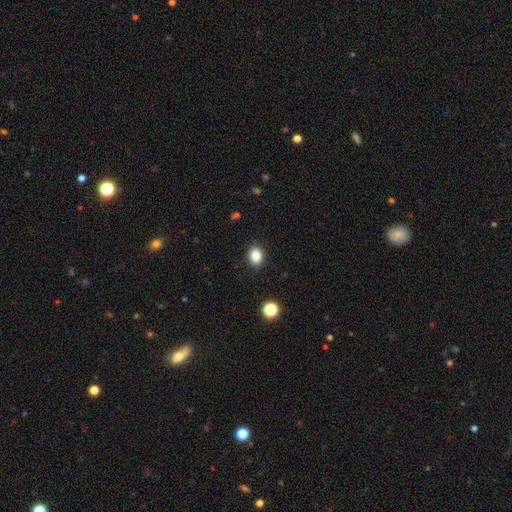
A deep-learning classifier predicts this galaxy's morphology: This appears to be a smooth galaxy with no disk features (85%) that is in between round and cigar-shaped (64%). Merging: none (90%).